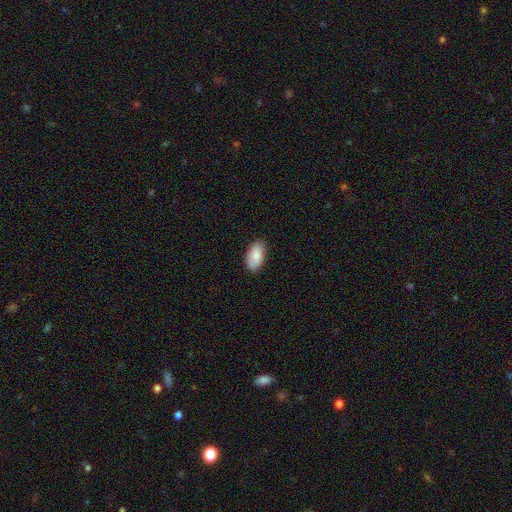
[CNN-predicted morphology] Smooth or featured? smooth (86%)
How rounded? in between (94%)
Merging? none (84%)